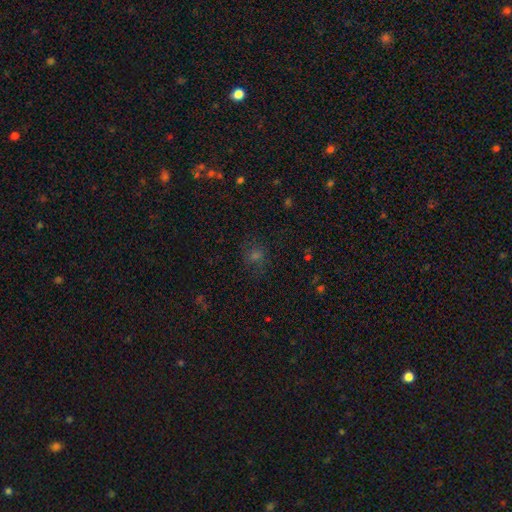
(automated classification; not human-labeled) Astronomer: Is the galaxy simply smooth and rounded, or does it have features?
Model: smooth — 47% (runner-up: star or artifact, 40%).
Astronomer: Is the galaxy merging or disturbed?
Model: none — 80%.